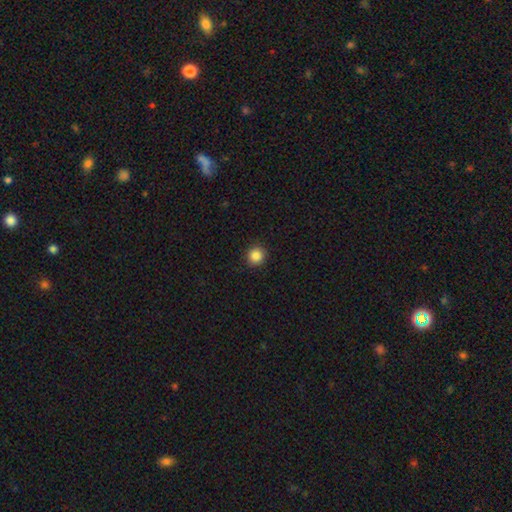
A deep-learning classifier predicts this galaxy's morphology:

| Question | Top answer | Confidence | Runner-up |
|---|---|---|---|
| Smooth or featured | smooth | 86% | star or artifact (10%) |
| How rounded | round | 93% | in between (6%) |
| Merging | none | 91% | minor disturbance (6%) |